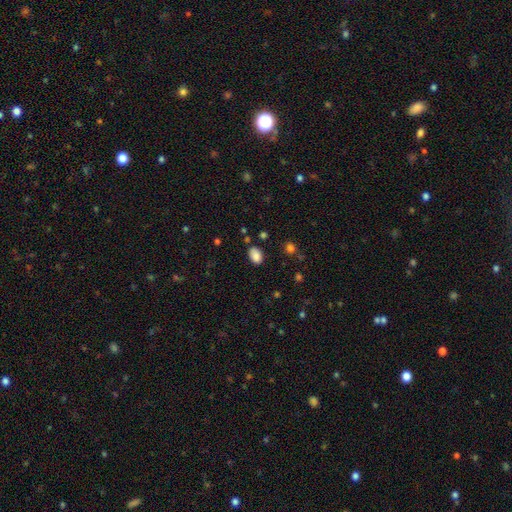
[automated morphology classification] Smooth or featured? smooth (86%)
How rounded? in between (87%)
Merging? none (78%)